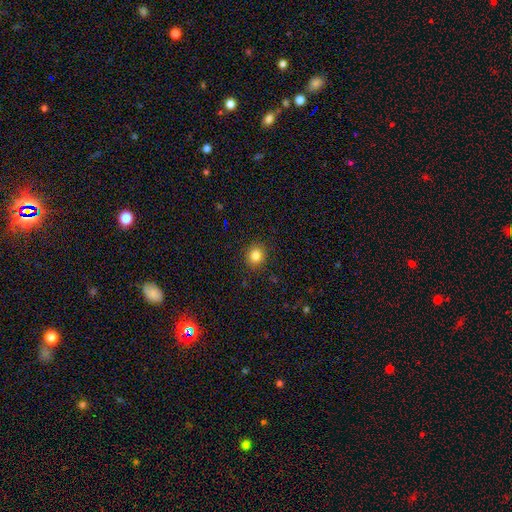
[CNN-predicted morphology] The model was most divided on "how rounded": round: 82%, in between: 17%, cigar-shaped: 1%. More confident: merging — none (90%); smooth or featured — smooth (83%).